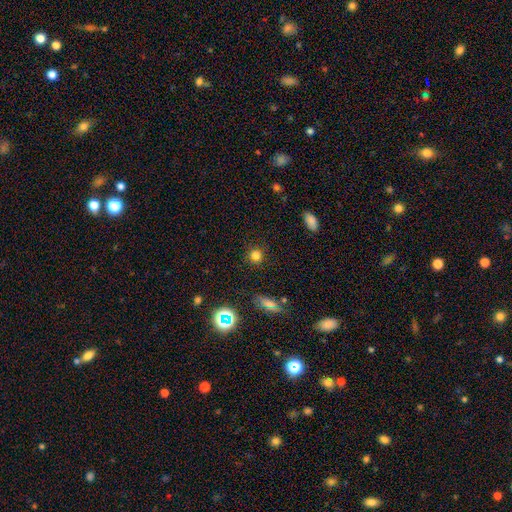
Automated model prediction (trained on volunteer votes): Smooth or featured: smooth — 74% (star or artifact — 20%)
How rounded: round — 90% (in between — 9%)
Merging: none — 85% (minor disturbance — 9%)